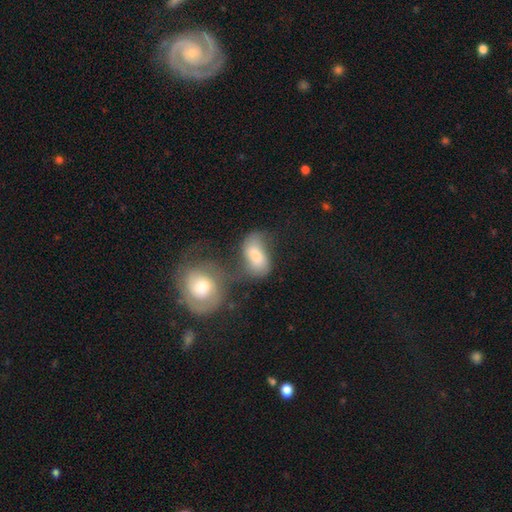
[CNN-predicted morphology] smooth_or_featured: smooth (p=0.59) [alt: featured or disk p=0.32]
how_rounded: in between (p=0.88) [alt: round p=0.09]
merging: merger (p=0.49) [alt: none p=0.26]